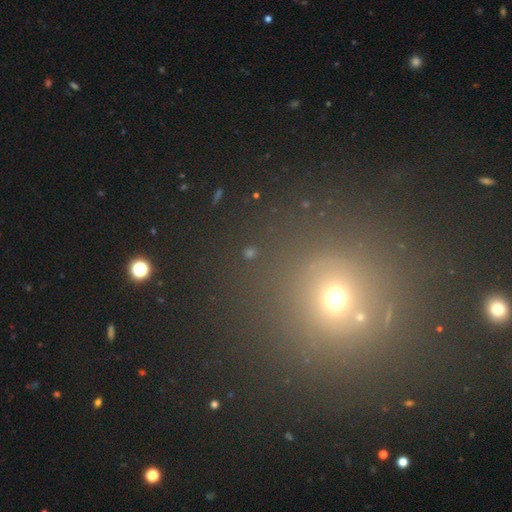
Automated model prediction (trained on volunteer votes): This appears to be a smooth galaxy with no disk features (46%). Merging: none (83%).